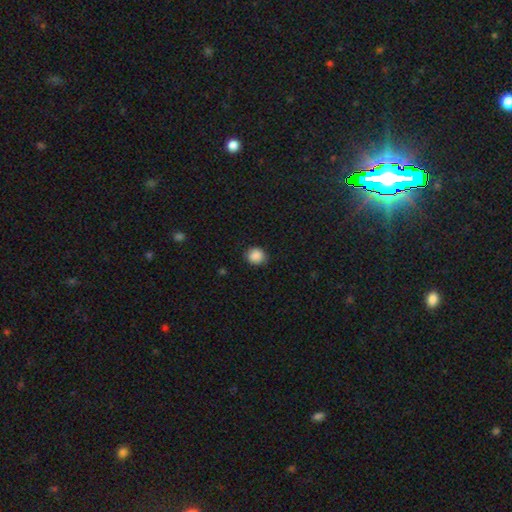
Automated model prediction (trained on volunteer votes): smooth 88%, star or artifact 9%, featured or disk 3%. Down the decision tree: how rounded — round (81%); merging — none (85%).